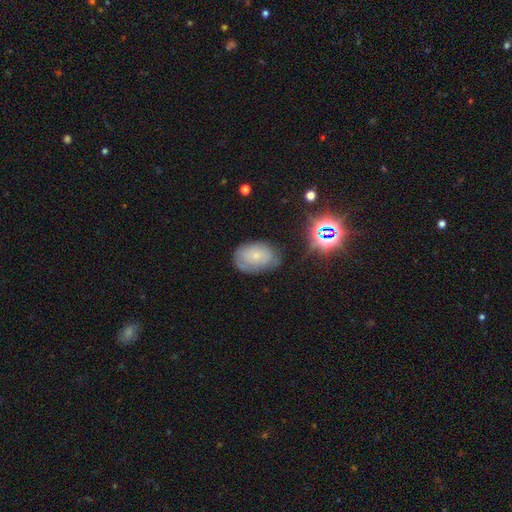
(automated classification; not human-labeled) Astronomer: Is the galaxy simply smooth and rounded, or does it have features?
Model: smooth — 55%.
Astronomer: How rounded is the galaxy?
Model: in between — 82%.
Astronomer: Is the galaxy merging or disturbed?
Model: none — 59%.